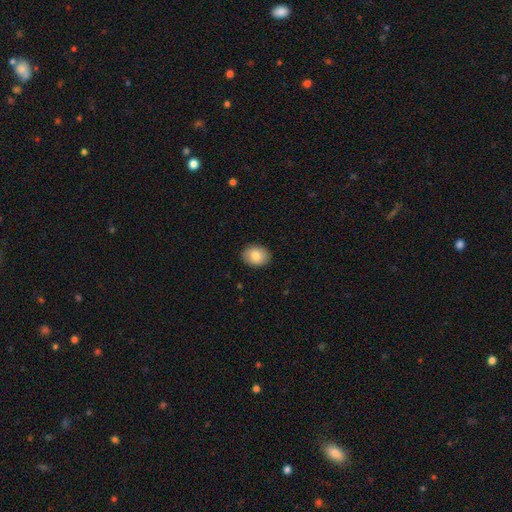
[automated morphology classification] A smooth galaxy with no disk features (83%) that is in between round and cigar-shaped (57%). Merging: none (90%).